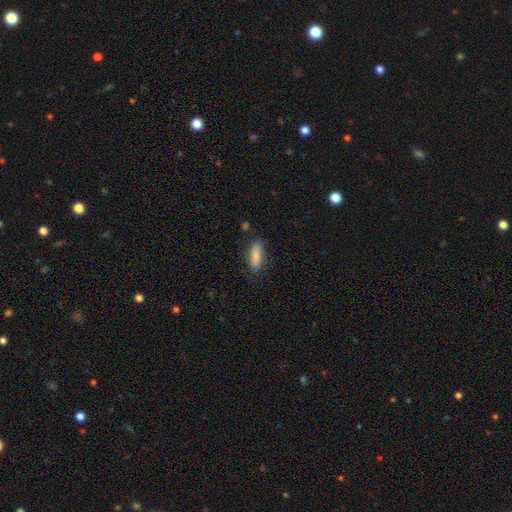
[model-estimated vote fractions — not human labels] This appears to be a smooth galaxy with no disk features (83%) that is in between round and cigar-shaped (68%). Merging: none (78%).